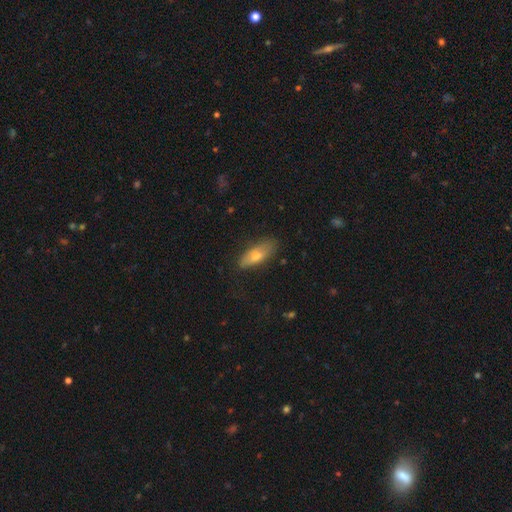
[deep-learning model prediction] Morphology: type=smooth (64%); roundness=in between (63%); merging=none (77%).